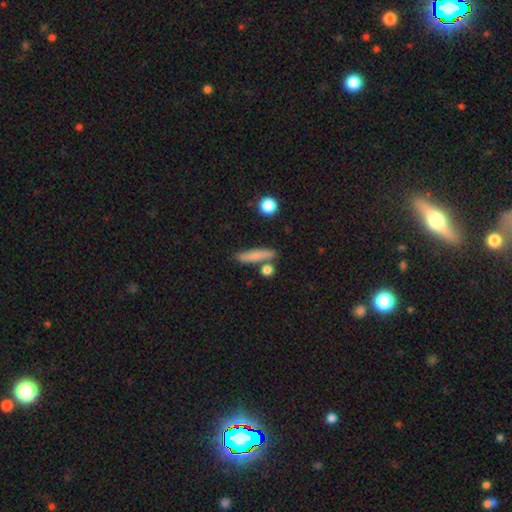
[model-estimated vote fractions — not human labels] smooth-or-featured: smooth: 74% | featured or disk: 18% | star or artifact: 8%
  how-rounded: cigar-shaped: 77% | in between: 17% | round: 6%
  merging: none: 74% | minor disturbance: 12% | merger: 10% | major disturbance: 4%